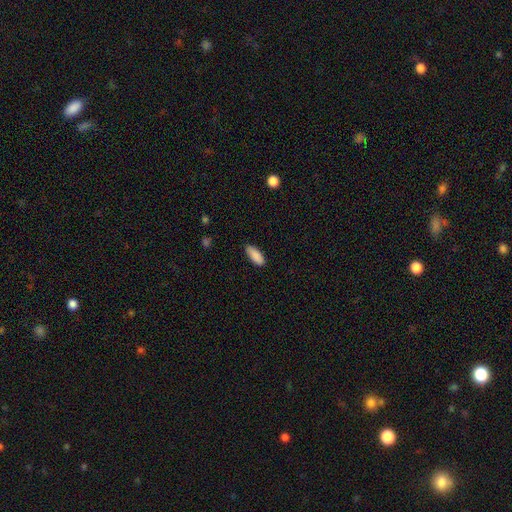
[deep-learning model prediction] The model was most divided on "how rounded": in between: 78%, cigar-shaped: 20%, round: 2%. More confident: smooth or featured — smooth (89%); merging — none (82%).